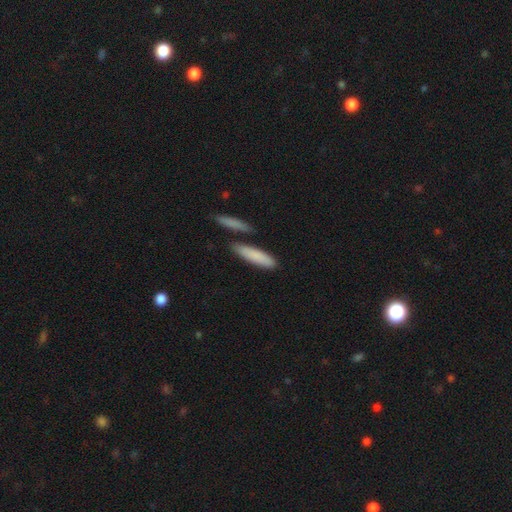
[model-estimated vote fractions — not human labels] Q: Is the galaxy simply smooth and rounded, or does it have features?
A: smooth — 82%.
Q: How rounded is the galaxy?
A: cigar-shaped — 72%.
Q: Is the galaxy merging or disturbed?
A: none — 73%.